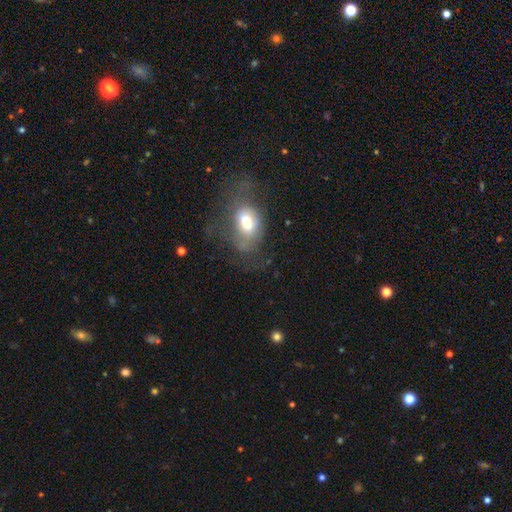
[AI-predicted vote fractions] This appears to be a smooth galaxy with no disk features (47%). Merging: none (50%).